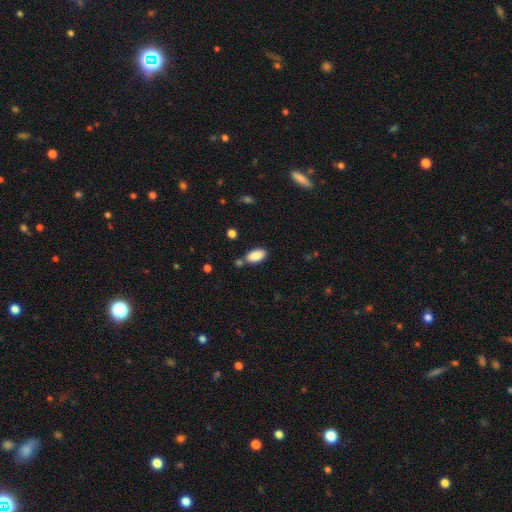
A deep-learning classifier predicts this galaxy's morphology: Smooth or featured? smooth (88%)
How rounded? in between (92%)
Merging? none (74%)